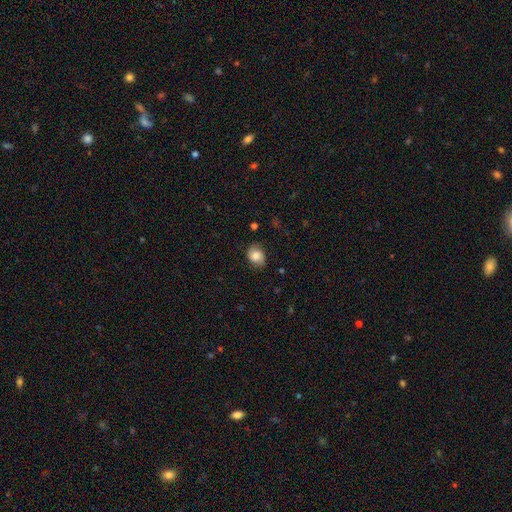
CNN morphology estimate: A smooth galaxy with no disk features (73%) that is round (52%).

Vote fractions:
- Smooth or featured? smooth: 73% / featured or disk: 18% / star or artifact: 9%
- How rounded? round: 52% / in between: 47% / cigar-shaped: 1%
- Merging? none: 74% / minor disturbance: 20% / major disturbance: 5% / merger: 1%